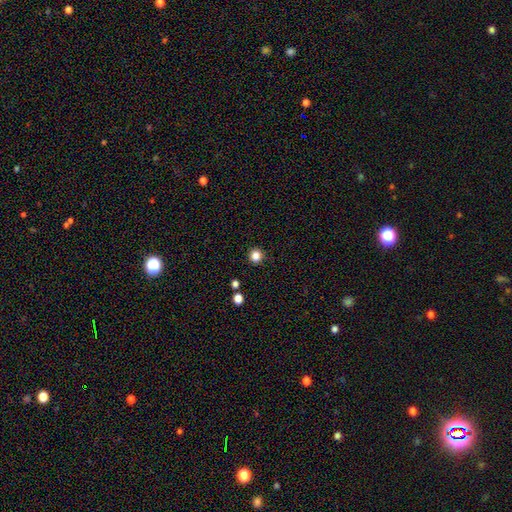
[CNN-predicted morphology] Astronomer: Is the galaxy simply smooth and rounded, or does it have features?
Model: smooth — 84%.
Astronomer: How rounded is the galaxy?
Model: round — 93%.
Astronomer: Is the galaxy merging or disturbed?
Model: none — 92%.